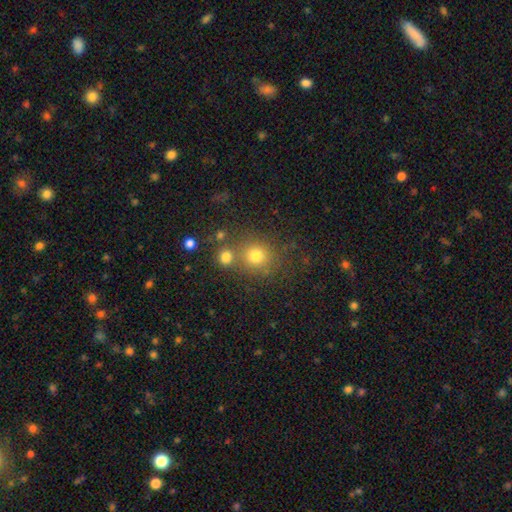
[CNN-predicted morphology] smooth-or-featured: smooth: 74% | star or artifact: 17% | featured or disk: 9%
  how-rounded: round: 86% | in between: 13% | cigar-shaped: 1%
  merging: none: 67% | merger: 20% | minor disturbance: 9% | major disturbance: 4%